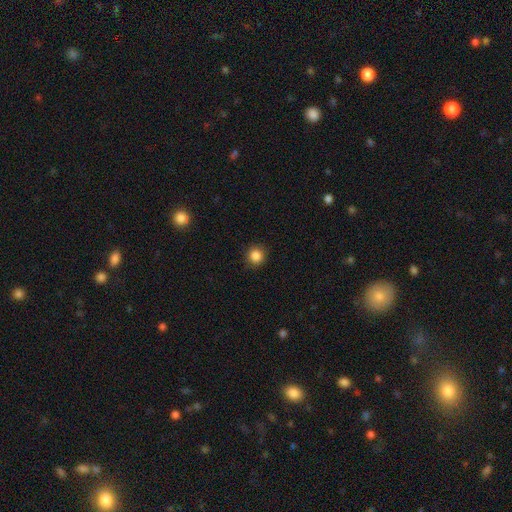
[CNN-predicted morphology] Smooth or featured: smooth — 86% (star or artifact — 11%)
How rounded: round — 93% (in between — 6%)
Merging: none — 90% (minor disturbance — 7%)